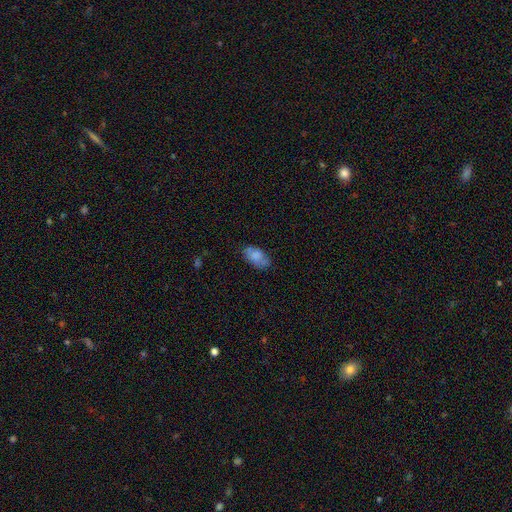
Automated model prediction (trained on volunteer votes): Smooth or featured? Predicted: smooth (p=0.75). How rounded? Predicted: in between (p=0.93). Merging? Predicted: none (p=0.65).